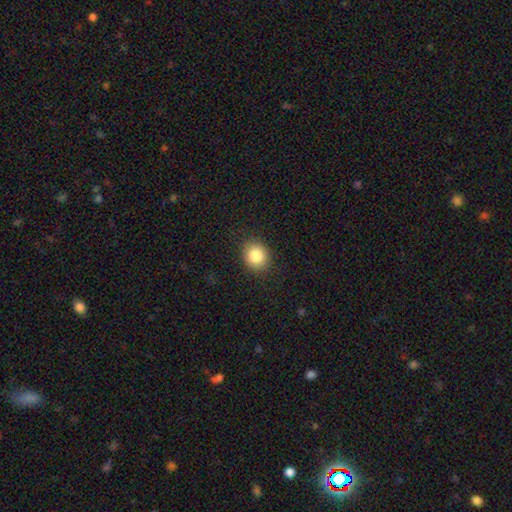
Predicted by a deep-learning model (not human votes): Smooth or featured: smooth — 84% (star or artifact — 10%)
How rounded: round — 75% (in between — 25%)
Merging: none — 89% (minor disturbance — 7%)